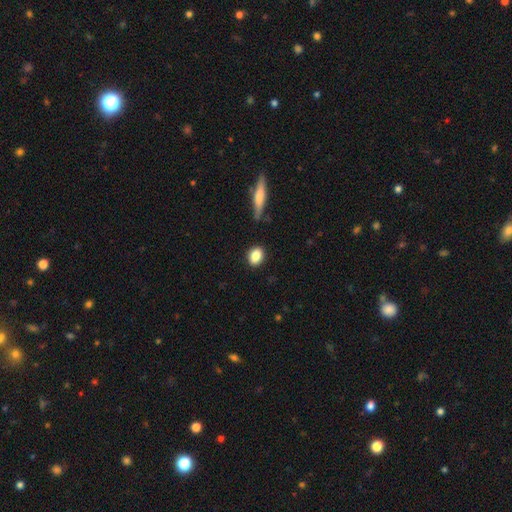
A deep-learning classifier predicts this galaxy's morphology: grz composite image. It shows a smooth galaxy with no disk features (85%) that is in between round and cigar-shaped (65%). Merging: none (86%).